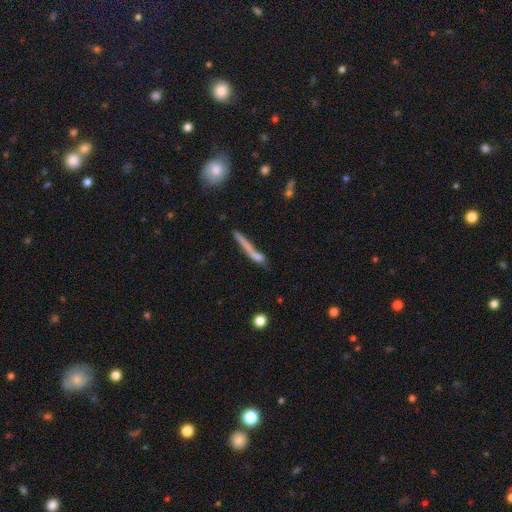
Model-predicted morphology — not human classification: This is possibly a smooth galaxy (52%). How rounded: clearly cigar-shaped (92%). Merging: possibly none (54%).